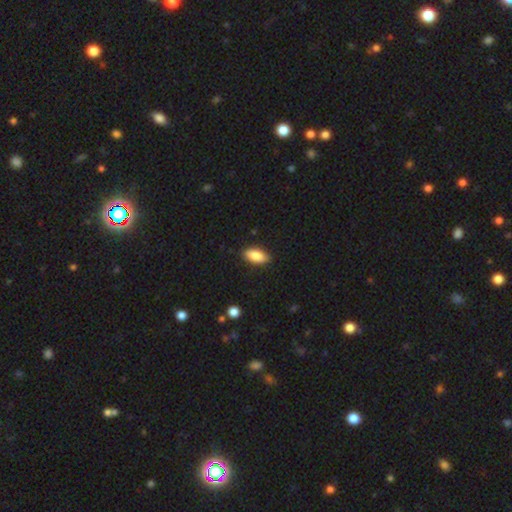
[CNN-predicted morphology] Smooth or featured?
  - smooth: 87% *
  - star or artifact: 7%
  - featured or disk: 7%
How rounded?
  - in between: 90% *
  - cigar-shaped: 7%
  - round: 3%
Merging?
  - none: 87% *
  - minor disturbance: 10%
  - major disturbance: 2%
  - merger: 1%